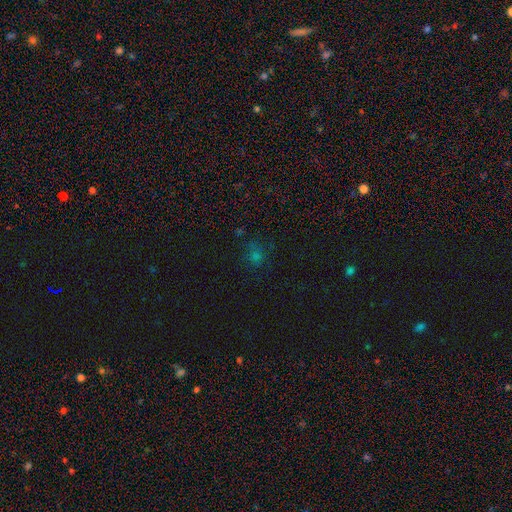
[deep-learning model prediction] The model was most divided on "smooth or featured": smooth: 50%, star or artifact: 40%, featured or disk: 10%. More confident: how rounded — round (76%); merging — none (72%).